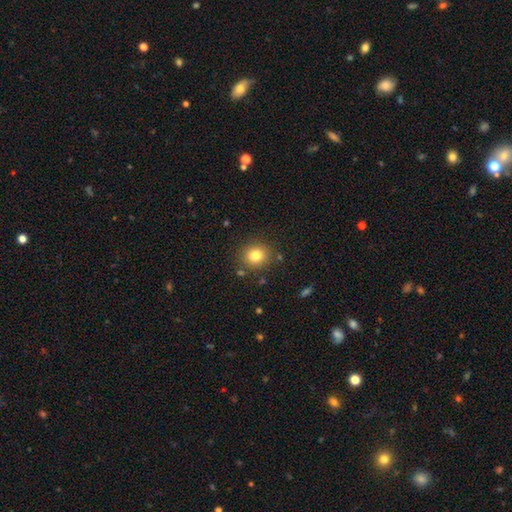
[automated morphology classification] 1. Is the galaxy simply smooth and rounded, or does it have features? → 80% smooth, 12% star or artifact, 8% featured or disk.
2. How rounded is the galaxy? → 83% round, 16% in between, 1% cigar-shaped.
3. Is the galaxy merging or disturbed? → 85% none, 9% minor disturbance, 3% merger, 3% major disturbance.